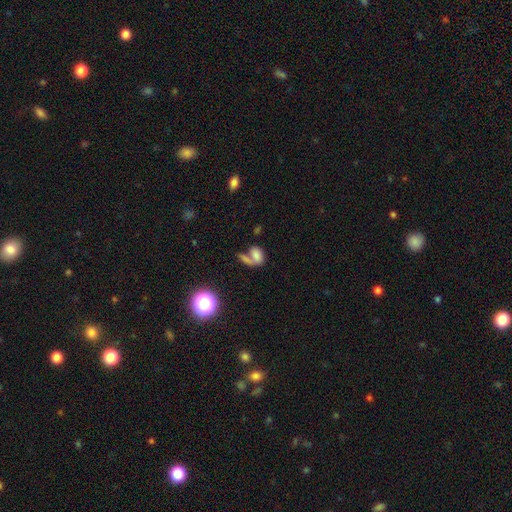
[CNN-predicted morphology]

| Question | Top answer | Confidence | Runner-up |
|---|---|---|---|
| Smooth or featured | smooth | 67% | featured or disk (18%) |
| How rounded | in between | 78% | round (18%) |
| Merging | merger | 49% | none (28%) |